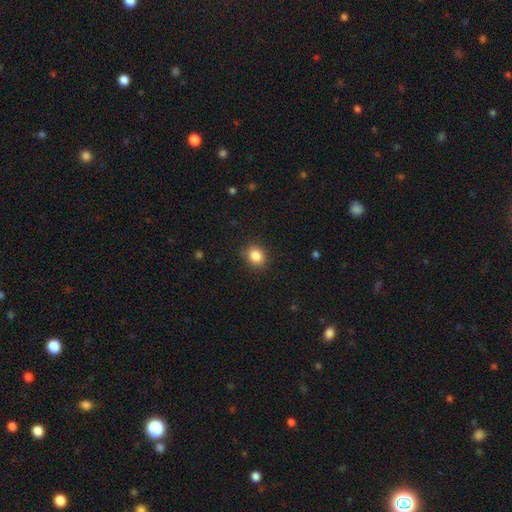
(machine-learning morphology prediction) Smooth or featured: smooth — 86% (star or artifact — 10%)
How rounded: round — 68% (in between — 31%)
Merging: none — 87% (minor disturbance — 10%)